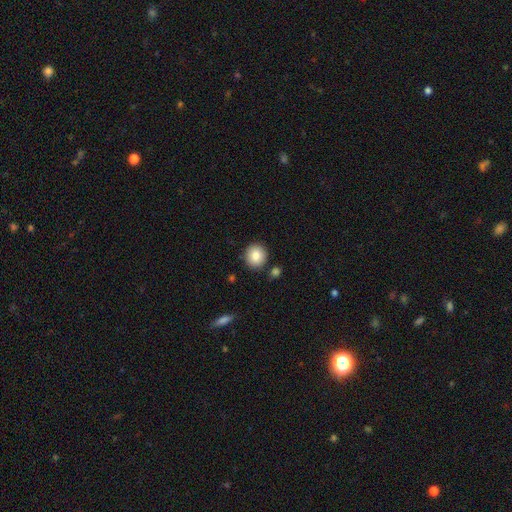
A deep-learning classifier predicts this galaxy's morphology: This appears to be a smooth galaxy with no disk features (84%) that is round (85%). Merging: none (86%).